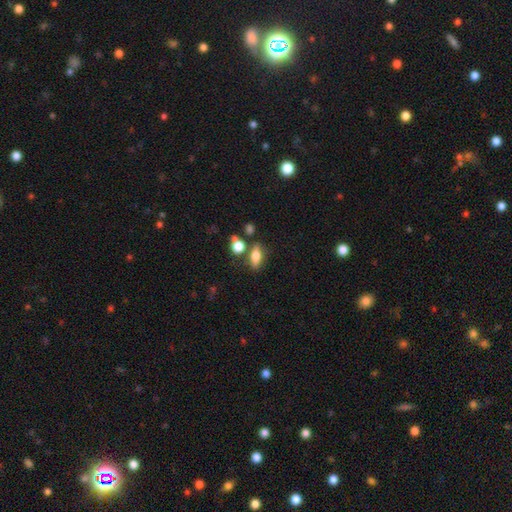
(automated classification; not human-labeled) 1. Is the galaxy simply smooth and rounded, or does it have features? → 69% smooth, 20% featured or disk, 10% star or artifact.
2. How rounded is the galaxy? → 67% in between, 19% cigar-shaped, 13% round.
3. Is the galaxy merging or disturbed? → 70% none, 13% merger, 13% minor disturbance, 4% major disturbance.